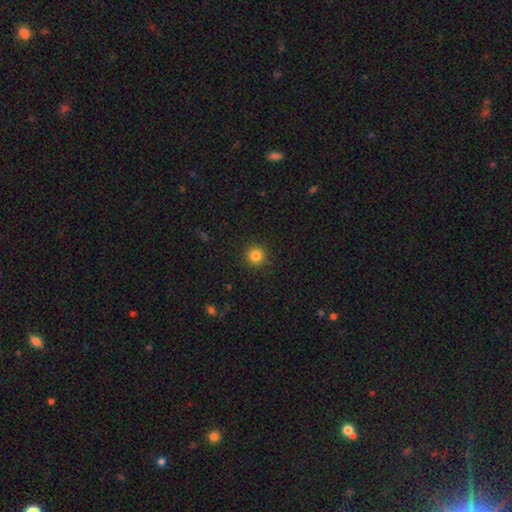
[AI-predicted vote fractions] A smooth galaxy with no disk features (84%) that is round (95%).

Vote fractions:
- Smooth or featured? smooth: 84% / star or artifact: 12% / featured or disk: 5%
- How rounded? round: 95% / in between: 4% / cigar-shaped: 1%
- Merging? none: 91% / minor disturbance: 6% / major disturbance: 2% / merger: 1%